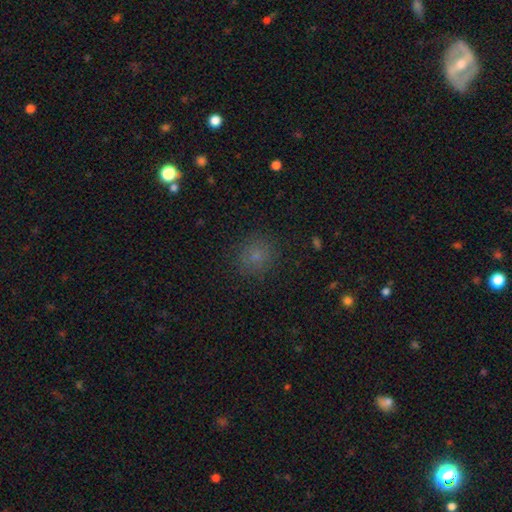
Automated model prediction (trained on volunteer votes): A smooth galaxy with no disk features (75%) that is round (87%).

Vote fractions:
- Smooth or featured? smooth: 75% / star or artifact: 18% / featured or disk: 7%
- How rounded? round: 87% / in between: 12% / cigar-shaped: 1%
- Merging? none: 85% / minor disturbance: 10% / major disturbance: 4% / merger: 1%